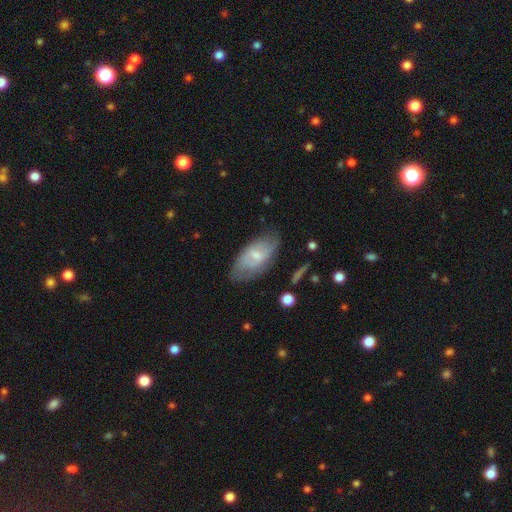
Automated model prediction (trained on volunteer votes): Q: Smooth or featured?
A: featured or disk (49%); runner-up: smooth (44%)
Q: Merging?
A: none (65%); runner-up: minor disturbance (25%)